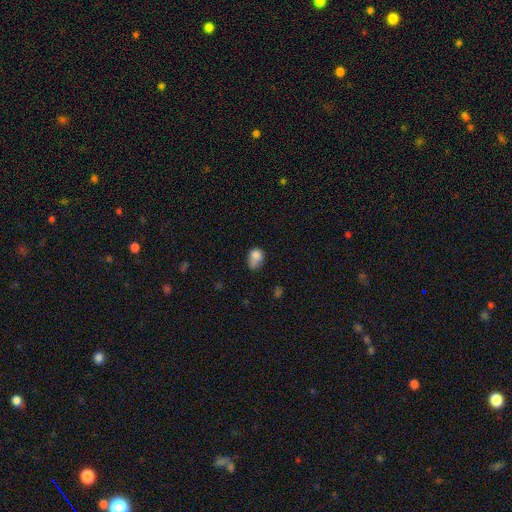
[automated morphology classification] A smooth galaxy with no disk features (79%) that is in between round and cigar-shaped (61%).

Vote fractions:
- Smooth or featured? smooth: 79% / star or artifact: 11% / featured or disk: 11%
- How rounded? in between: 61% / round: 38% / cigar-shaped: 1%
- Merging? minor disturbance: 36% / none: 33% / major disturbance: 18% / merger: 14%